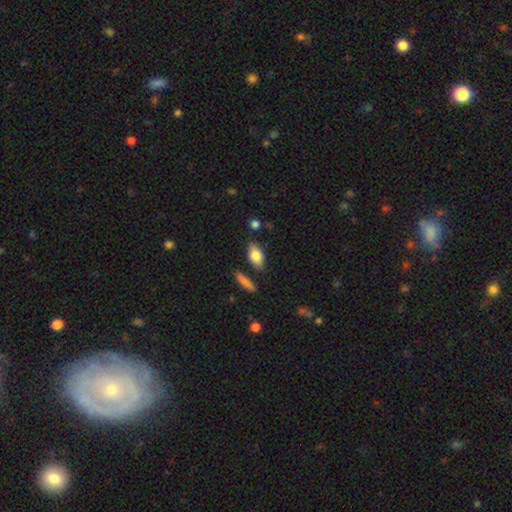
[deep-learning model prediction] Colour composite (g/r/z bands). It shows a smooth galaxy with no disk features (80%) that is in between round and cigar-shaped (86%). Merging: none (80%).